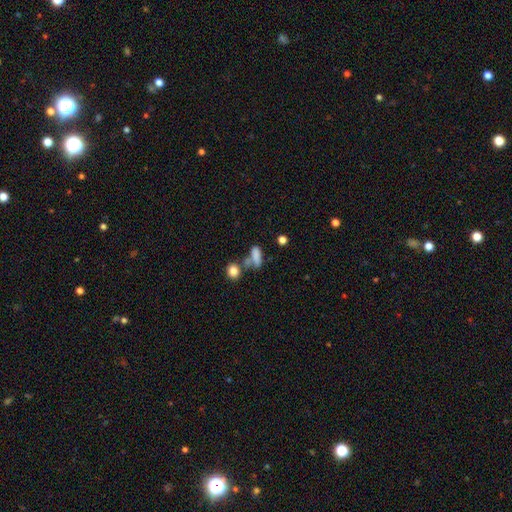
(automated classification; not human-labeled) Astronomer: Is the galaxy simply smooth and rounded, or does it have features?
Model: smooth — 78%.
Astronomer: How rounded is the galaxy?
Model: in between — 70%.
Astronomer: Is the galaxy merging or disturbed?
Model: none — 38% (runner-up: merger, 33%).